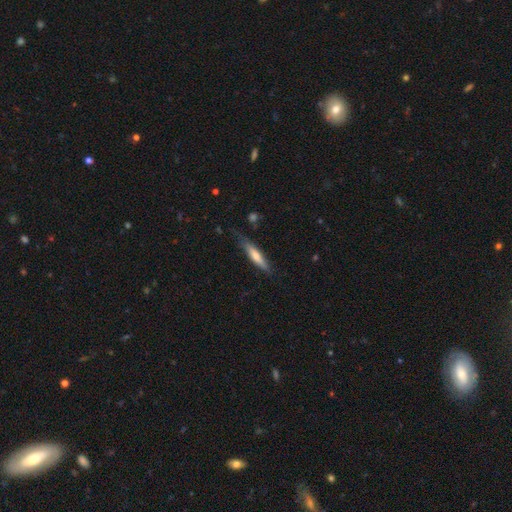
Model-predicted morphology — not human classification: Overall: smooth (57%; featured or disk 37%). How rounded: cigar-shaped (85%). Merging: none (70%).